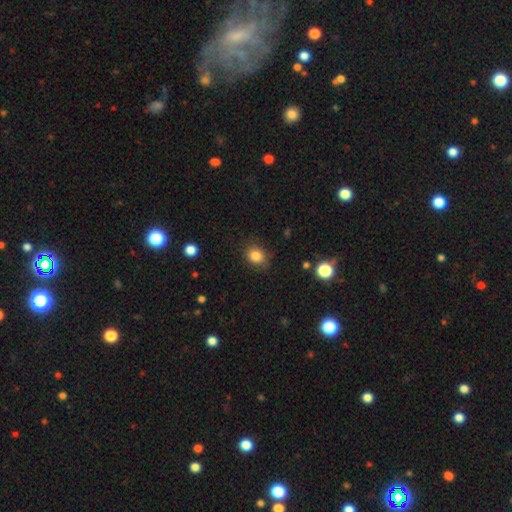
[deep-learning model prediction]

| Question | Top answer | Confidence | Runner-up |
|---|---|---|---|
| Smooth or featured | smooth | 83% | star or artifact (11%) |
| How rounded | round | 59% | in between (40%) |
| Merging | none | 83% | minor disturbance (13%) |